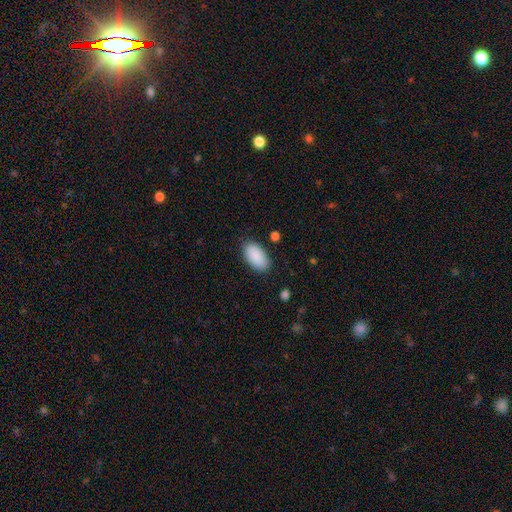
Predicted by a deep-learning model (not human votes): smooth-or-featured: smooth: 90% | star or artifact: 6% | featured or disk: 4%
  how-rounded: in between: 95% | round: 3% | cigar-shaped: 2%
  merging: none: 85% | minor disturbance: 11% | major disturbance: 3% | merger: 2%